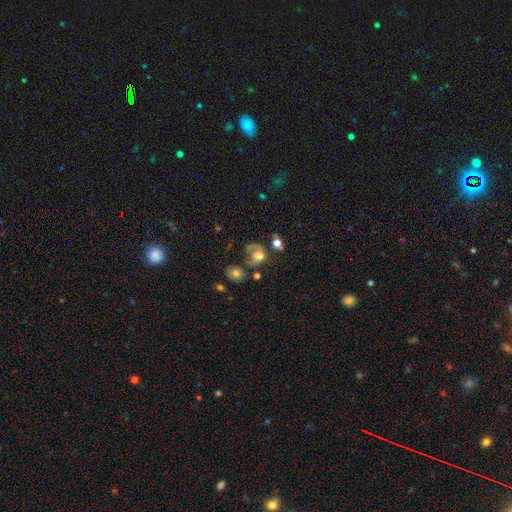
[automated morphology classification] Smooth or featured: smooth — 39% (featured or disk — 38%)
Merging: none — 40% (merger — 31%)